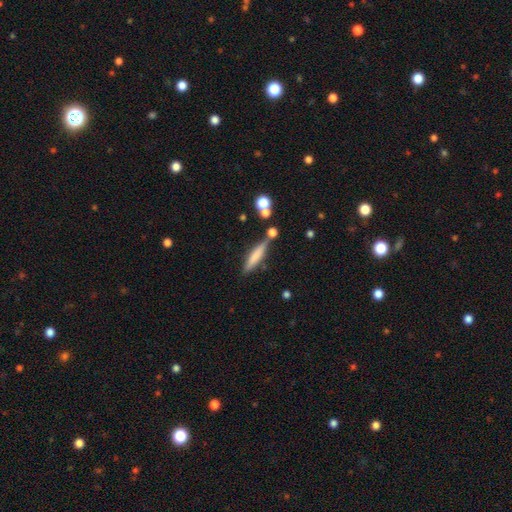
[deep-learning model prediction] The model was most divided on "smooth or featured": smooth: 64%, featured or disk: 28%, star or artifact: 7%. More confident: how rounded — cigar-shaped (85%); merging — none (69%).